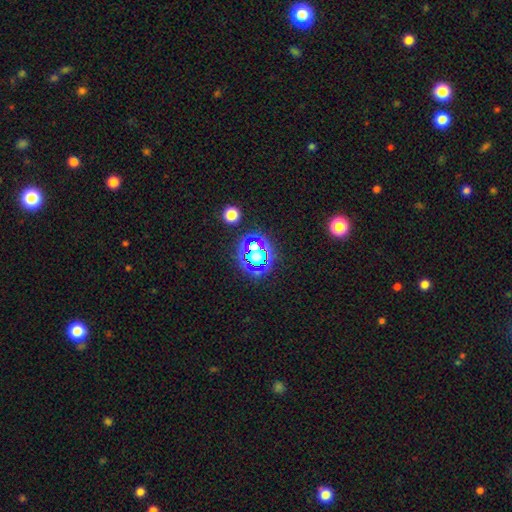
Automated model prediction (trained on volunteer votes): Morphology: type=star or artifact (55%).